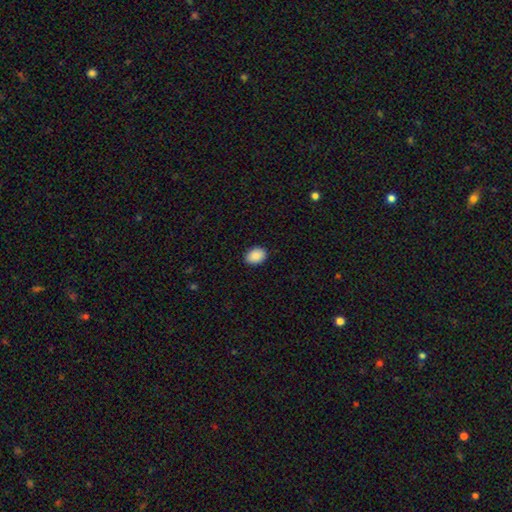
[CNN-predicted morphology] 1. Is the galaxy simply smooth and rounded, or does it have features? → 90% smooth, 7% star or artifact, 3% featured or disk.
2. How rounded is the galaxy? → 77% in between, 22% round, 1% cigar-shaped.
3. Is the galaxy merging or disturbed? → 89% none, 8% minor disturbance, 2% major disturbance, 1% merger.